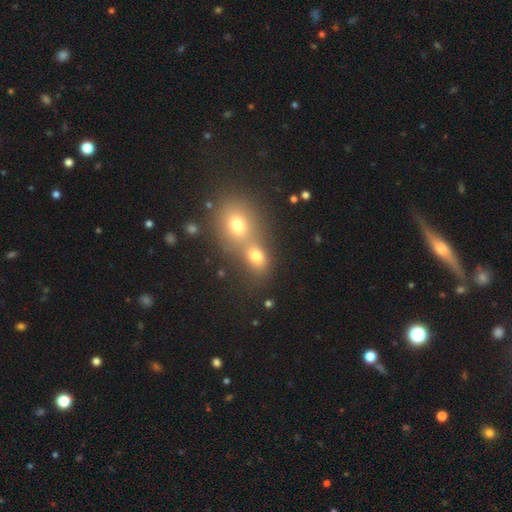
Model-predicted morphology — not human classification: Smooth or featured? Predicted: smooth (p=0.72). How rounded? Predicted: in between (p=0.52). Merging? Predicted: merger (p=0.58).